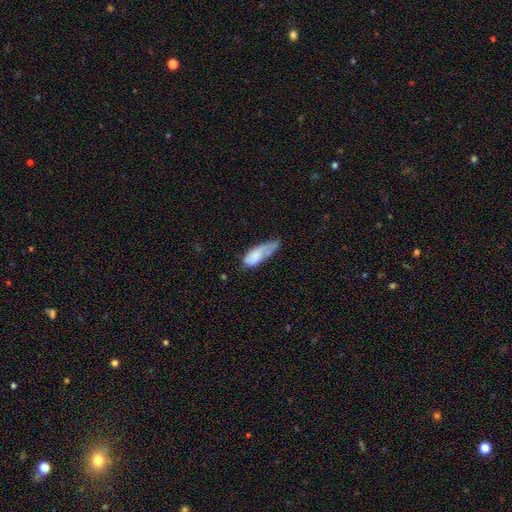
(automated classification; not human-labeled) Morphology: type=smooth (71%); roundness=in between (68%); merging=minor disturbance (40%).